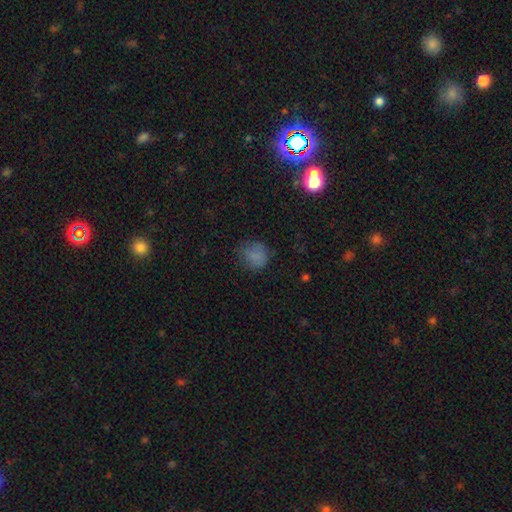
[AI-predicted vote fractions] Smooth or featured: smooth — 77% (star or artifact — 13%)
How rounded: round — 77% (in between — 22%)
Merging: none — 65% (minor disturbance — 23%)